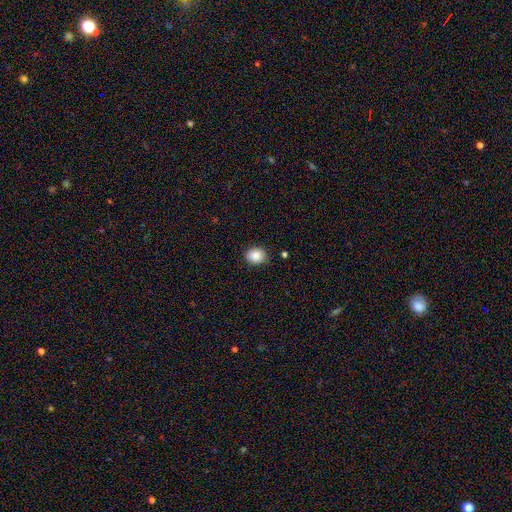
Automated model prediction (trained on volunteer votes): Smooth or featured: smooth — 88% (star or artifact — 9%)
How rounded: round — 58% (in between — 41%)
Merging: none — 86% (minor disturbance — 10%)